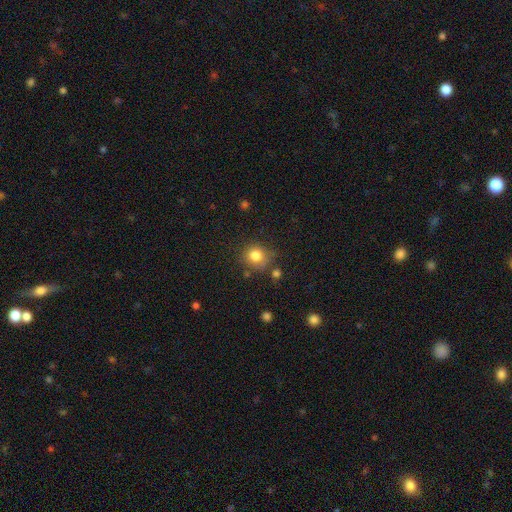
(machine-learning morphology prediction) smooth 82%, star or artifact 11%, featured or disk 7%. Down the decision tree: how rounded — round (88%); merging — none (75%).